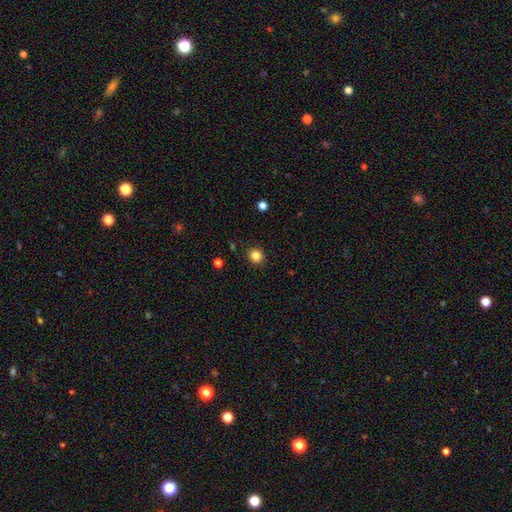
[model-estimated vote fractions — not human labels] smooth_or_featured: smooth (p=0.84) [alt: star or artifact p=0.11]
how_rounded: round (p=0.87) [alt: in between p=0.12]
merging: none (p=0.90) [alt: minor disturbance p=0.07]